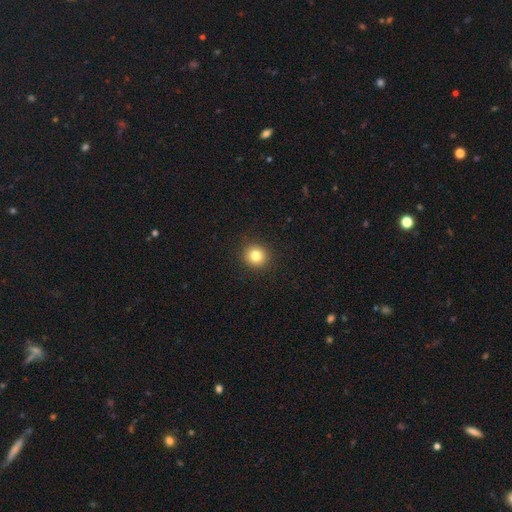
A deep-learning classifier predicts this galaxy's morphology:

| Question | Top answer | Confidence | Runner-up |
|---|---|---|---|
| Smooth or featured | smooth | 82% | star or artifact (12%) |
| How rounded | round | 92% | in between (7%) |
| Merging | none | 92% | minor disturbance (5%) |